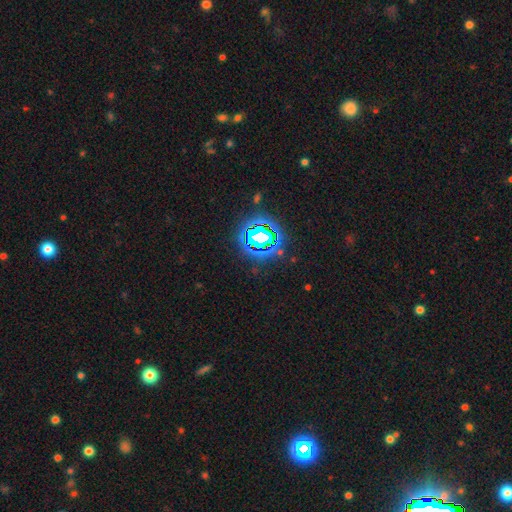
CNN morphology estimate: Overall: star or artifact (82%).